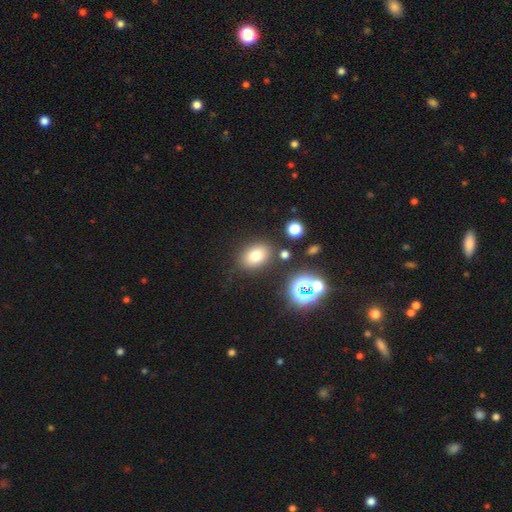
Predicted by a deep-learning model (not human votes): A smooth galaxy with no disk features (75%) that is in between round and cigar-shaped (71%). Merging: none (82%).